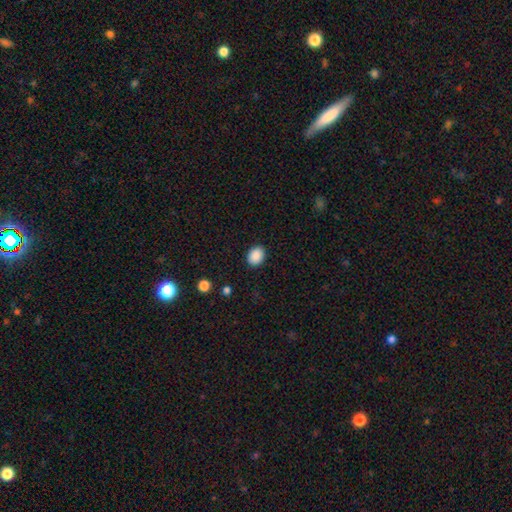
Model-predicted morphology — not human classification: Smooth or featured: smooth — 89% (star or artifact — 8%)
How rounded: in between — 60% (round — 39%)
Merging: none — 90% (minor disturbance — 7%)